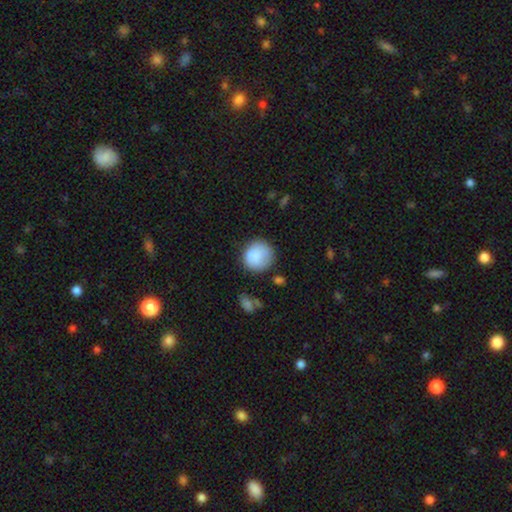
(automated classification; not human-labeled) smooth-or-featured: smooth: 84% | featured or disk: 8% | star or artifact: 7%
  how-rounded: round: 90% | in between: 9% | cigar-shaped: 1%
  merging: none: 72% | minor disturbance: 19% | major disturbance: 6% | merger: 3%